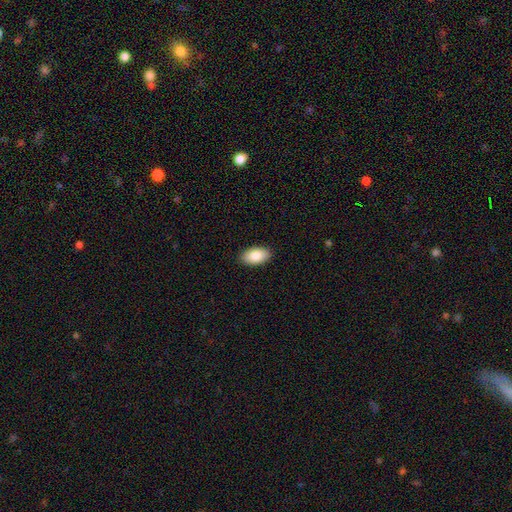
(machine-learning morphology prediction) smooth 87%, featured or disk 7%, star or artifact 6%. Down the decision tree: how rounded — in between (95%); merging — none (90%).